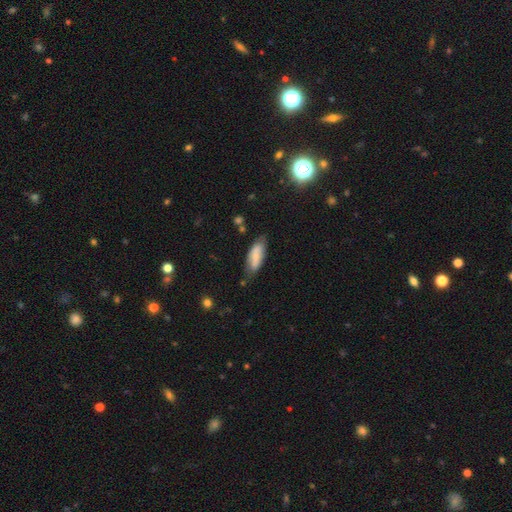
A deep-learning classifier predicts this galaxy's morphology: Smooth or featured?
  - smooth: 65% *
  - featured or disk: 28%
  - star or artifact: 7%
How rounded?
  - in between: 71% *
  - cigar-shaped: 27%
  - round: 2%
Merging?
  - none: 69% *
  - minor disturbance: 23%
  - major disturbance: 5%
  - merger: 3%